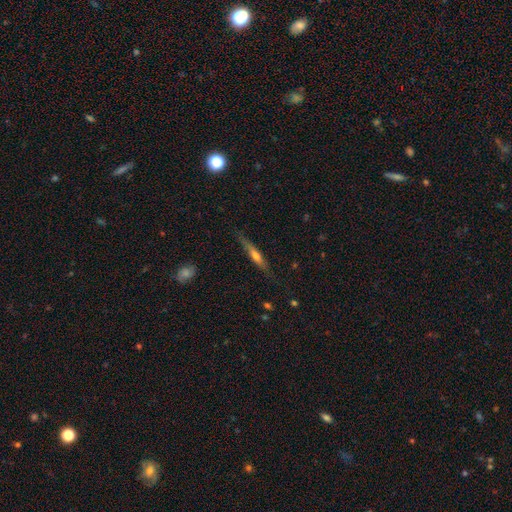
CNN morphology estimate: Smooth or featured?
  - featured or disk: 56% *
  - smooth: 37%
  - star or artifact: 7%
Edge-on disk?
  - yes: 94% *
  - no: 6%
Edge-on bulge?
  - rounded: 76% *
  - none: 16%
  - boxy: 8%
Merging?
  - none: 78% *
  - minor disturbance: 16%
  - major disturbance: 3%
  - merger: 2%